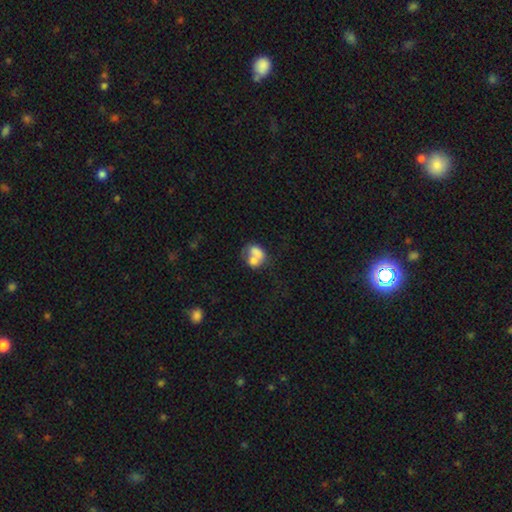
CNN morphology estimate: Smooth or featured? smooth (64%)
How rounded? in between (59%)
Merging? merger (56%)